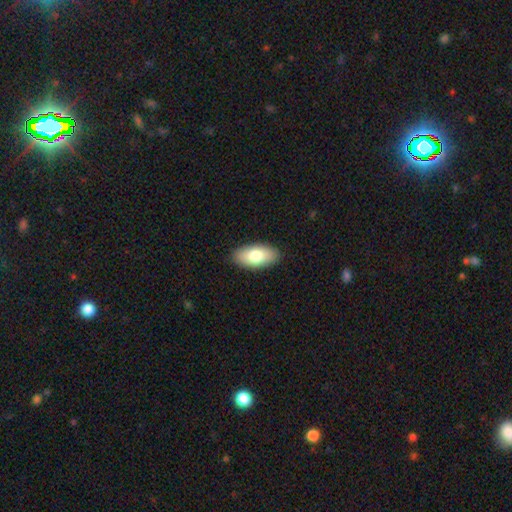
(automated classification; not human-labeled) Smooth or featured?
  - smooth: 79% *
  - featured or disk: 15%
  - star or artifact: 6%
How rounded?
  - in between: 92% *
  - cigar-shaped: 5%
  - round: 2%
Merging?
  - none: 89% *
  - minor disturbance: 8%
  - major disturbance: 2%
  - merger: 1%